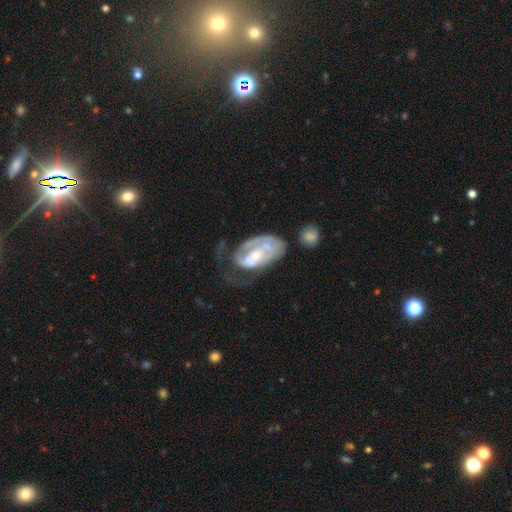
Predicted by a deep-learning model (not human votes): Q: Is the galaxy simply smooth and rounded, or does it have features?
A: featured or disk — 73%.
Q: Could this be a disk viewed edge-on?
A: no — 96%.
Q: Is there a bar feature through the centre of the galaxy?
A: no — 73%.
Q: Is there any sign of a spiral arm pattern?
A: yes — 67%.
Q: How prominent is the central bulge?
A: small — 47%.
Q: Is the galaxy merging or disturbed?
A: major disturbance — 41%.